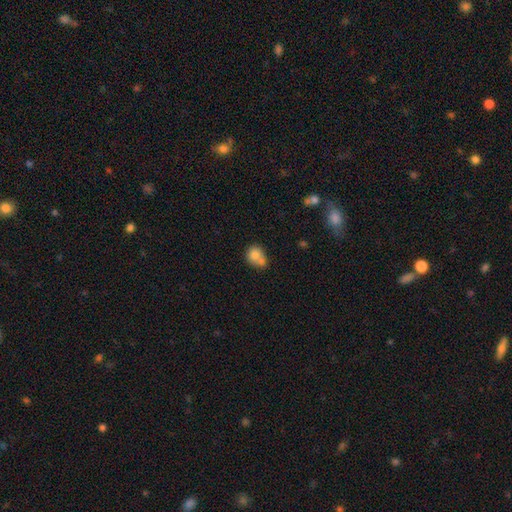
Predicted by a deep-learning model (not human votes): Q: Smooth or featured?
A: smooth (77%); runner-up: featured or disk (13%)
Q: How rounded?
A: round (70%); runner-up: in between (29%)
Q: Merging?
A: merger (48%); runner-up: none (35%)